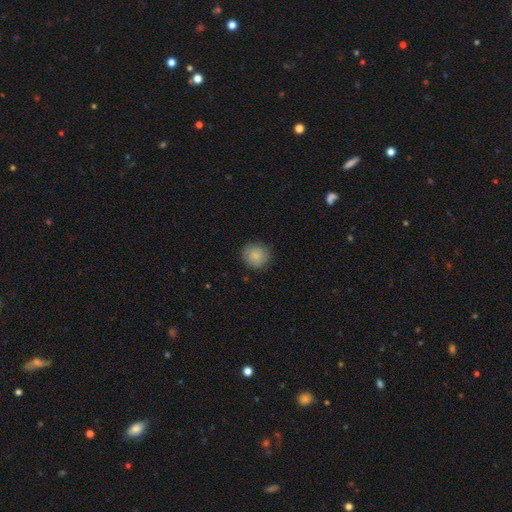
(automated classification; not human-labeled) This is clearly a smooth galaxy (87%). How rounded: clearly round (90%). Merging: clearly none (85%).